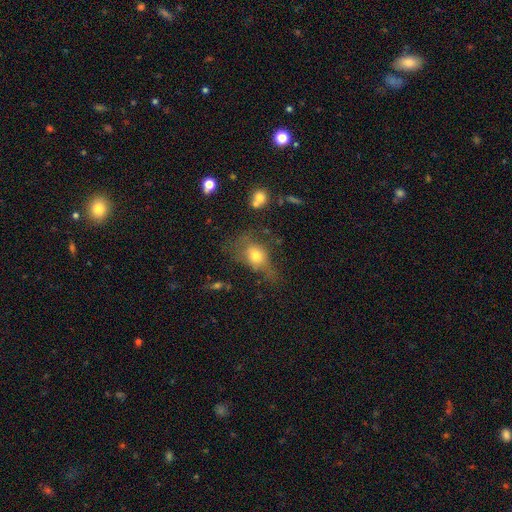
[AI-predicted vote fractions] smooth-or-featured: smooth: 66% | featured or disk: 23% | star or artifact: 12%
  how-rounded: in between: 63% | round: 35% | cigar-shaped: 3%
  merging: none: 36% | major disturbance: 30% | minor disturbance: 28% | merger: 5%